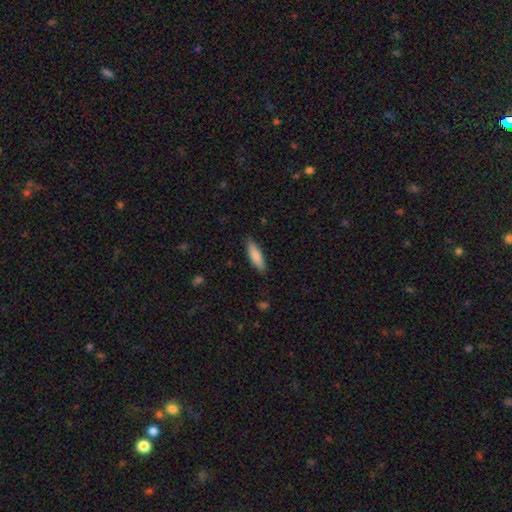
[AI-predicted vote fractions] Morphology: type=smooth (81%); roundness=cigar-shaped (60%); merging=none (88%).